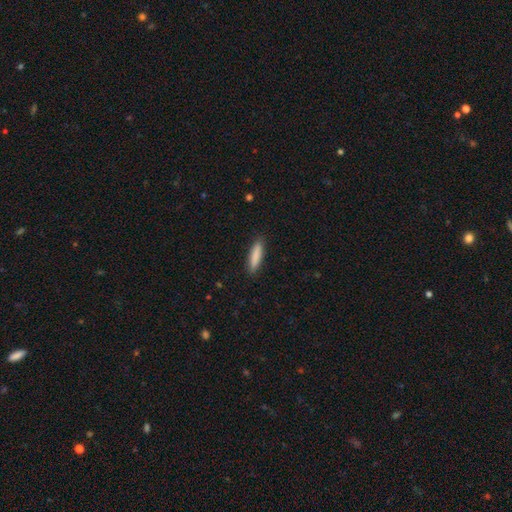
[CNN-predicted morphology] Q: Smooth or featured?
A: smooth (86%); runner-up: featured or disk (8%)
Q: How rounded?
A: cigar-shaped (77%); runner-up: in between (22%)
Q: Merging?
A: none (88%); runner-up: minor disturbance (9%)